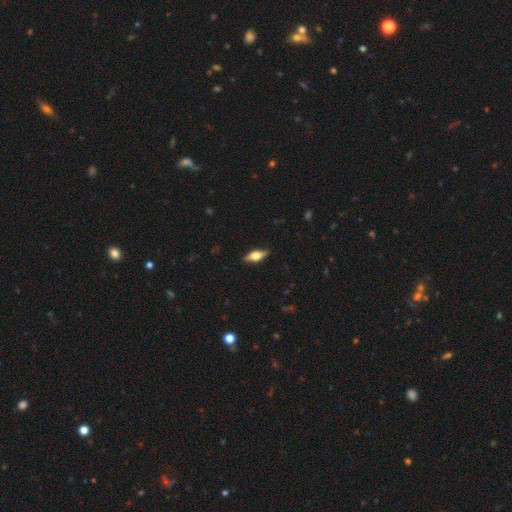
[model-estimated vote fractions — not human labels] Smooth or featured? Predicted: featured or disk (p=0.50). Edge-on disk? Predicted: yes (p=0.92). Merging? Predicted: none (p=0.87).